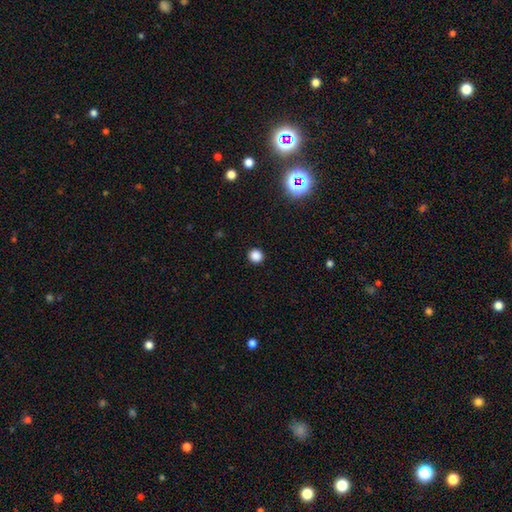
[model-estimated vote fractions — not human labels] Q: Smooth or featured?
A: smooth (86%); runner-up: star or artifact (12%)
Q: How rounded?
A: round (94%); runner-up: in between (5%)
Q: Merging?
A: none (93%); runner-up: minor disturbance (5%)